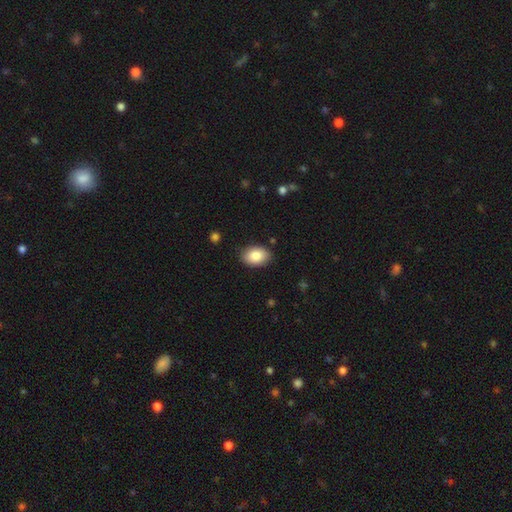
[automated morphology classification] The model was most divided on "how rounded": in between: 85%, round: 14%, cigar-shaped: 1%. More confident: merging — none (86%); smooth or featured — smooth (86%).